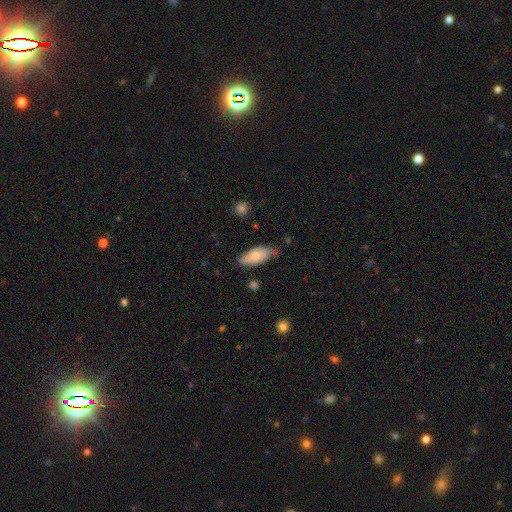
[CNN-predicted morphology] Smooth or featured: smooth — 71% (featured or disk — 22%)
How rounded: in between — 86% (cigar-shaped — 12%)
Merging: none — 63% (minor disturbance — 30%)